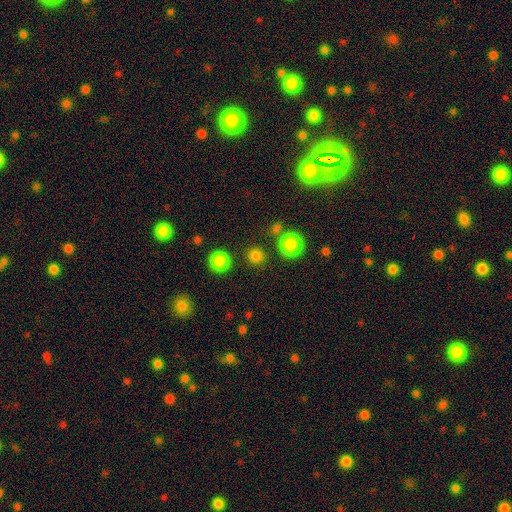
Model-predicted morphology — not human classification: smooth_or_featured: smooth (p=0.83) [alt: star or artifact p=0.14]
how_rounded: round (p=0.91) [alt: in between p=0.08]
merging: none (p=0.87) [alt: minor disturbance p=0.06]